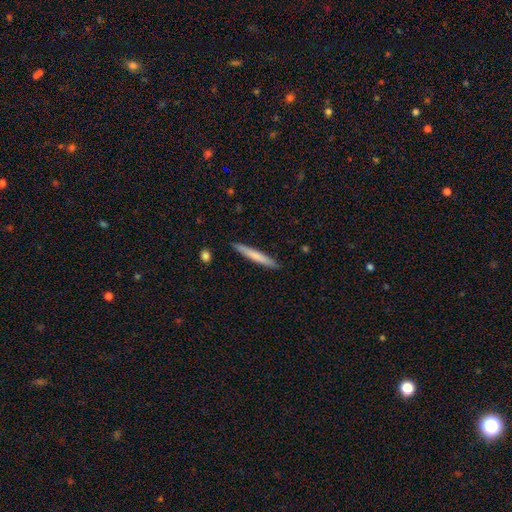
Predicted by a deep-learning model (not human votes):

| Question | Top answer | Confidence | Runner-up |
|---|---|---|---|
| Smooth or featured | smooth | 71% | featured or disk (24%) |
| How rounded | cigar-shaped | 96% | in between (3%) |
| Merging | none | 90% | minor disturbance (7%) |